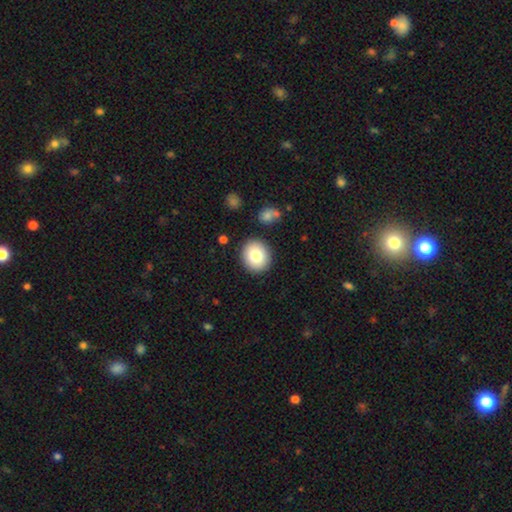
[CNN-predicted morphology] smooth_or_featured: smooth (p=0.80) [alt: featured or disk p=0.12]
how_rounded: round (p=0.79) [alt: in between p=0.20]
merging: none (p=0.88) [alt: minor disturbance p=0.08]